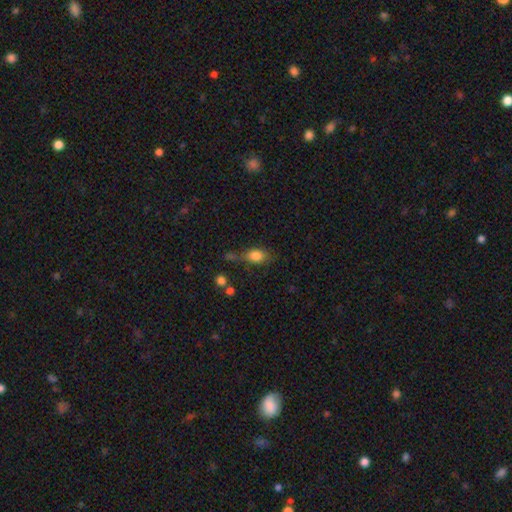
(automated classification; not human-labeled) Smooth or featured?
  - smooth: 81% *
  - featured or disk: 10%
  - star or artifact: 9%
How rounded?
  - in between: 78% *
  - round: 18%
  - cigar-shaped: 4%
Merging?
  - none: 48% *
  - minor disturbance: 24%
  - merger: 14%
  - major disturbance: 13%